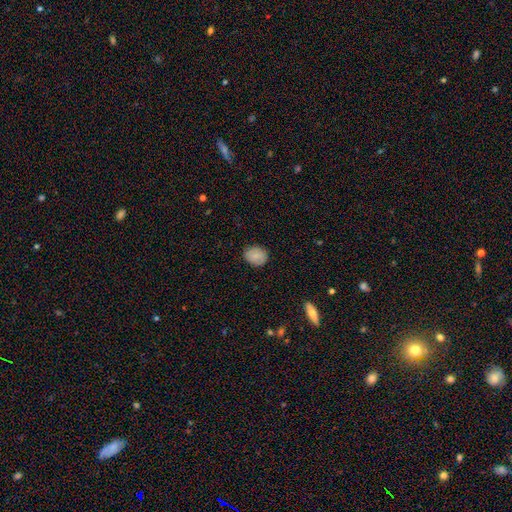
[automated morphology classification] Smooth or featured? smooth (83%)
How rounded? round (56%)
Merging? none (85%)